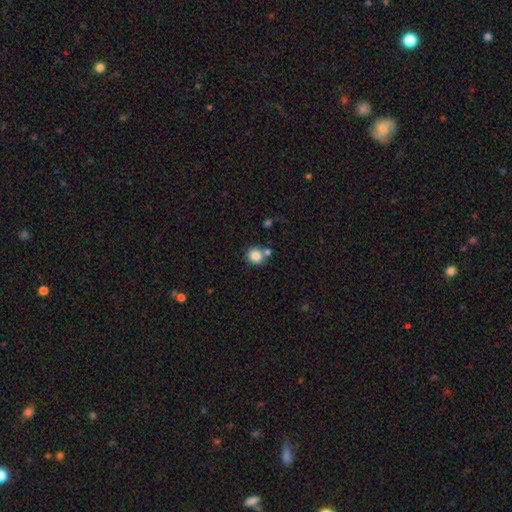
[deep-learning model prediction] A smooth galaxy with no disk features (85%) that is round (86%).

Vote fractions:
- Smooth or featured? smooth: 85% / star or artifact: 10% / featured or disk: 5%
- How rounded? round: 86% / in between: 13% / cigar-shaped: 1%
- Merging? none: 67% / merger: 19% / minor disturbance: 10% / major disturbance: 3%